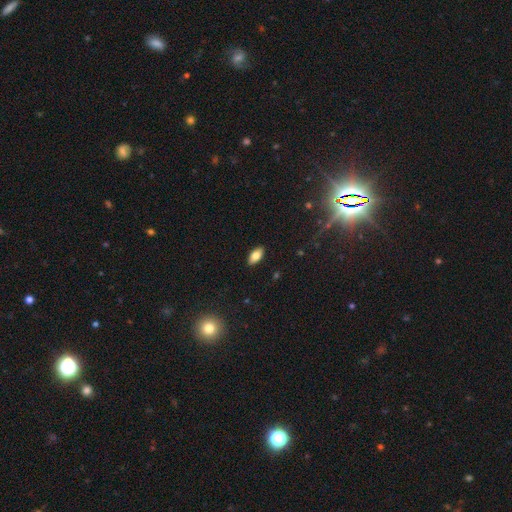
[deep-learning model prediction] smooth-or-featured: smooth: 77% | featured or disk: 15% | star or artifact: 8%
  how-rounded: in between: 90% | cigar-shaped: 7% | round: 3%
  merging: none: 89% | minor disturbance: 8% | major disturbance: 2% | merger: 1%